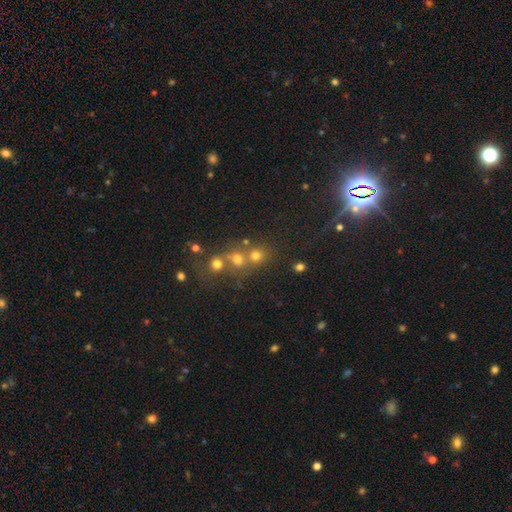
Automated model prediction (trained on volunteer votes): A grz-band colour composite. It shows a smooth galaxy with no disk features (67%) that is round (83%). Merging: none (52%).